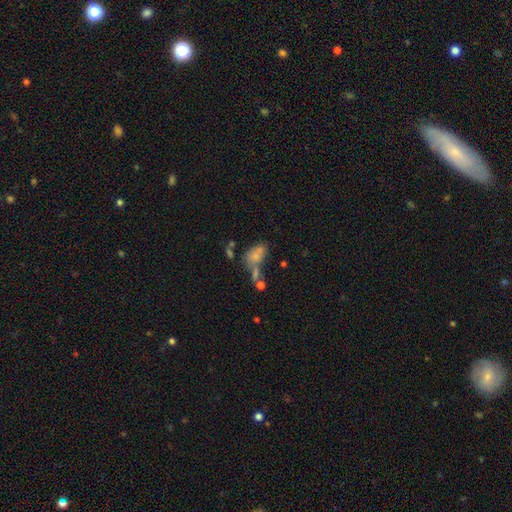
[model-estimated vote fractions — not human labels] Smooth or featured? smooth (67%)
How rounded? in between (83%)
Merging? merger (35%)